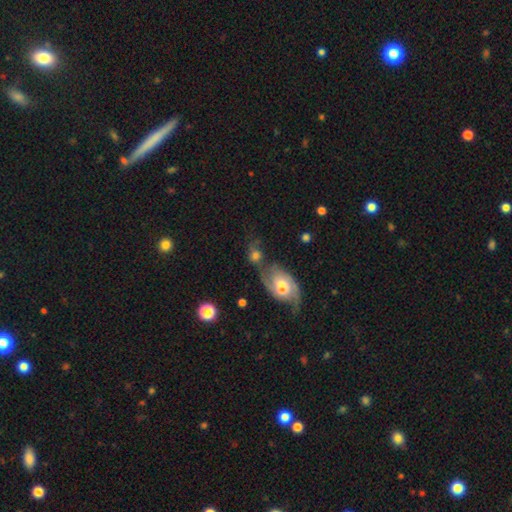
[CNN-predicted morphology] A smooth galaxy with no disk features (44%). Merging: merger (38%, tied with none).